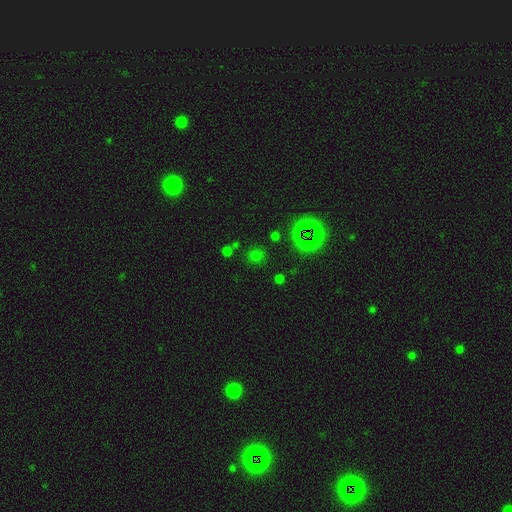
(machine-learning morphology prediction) type=smooth (53%); roundness=round (87%); merging=none (80%).